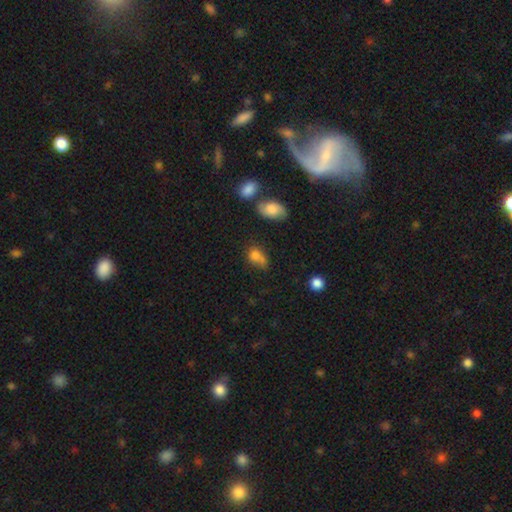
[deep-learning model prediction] Q: Smooth or featured?
A: smooth (76%); runner-up: star or artifact (12%)
Q: How rounded?
A: in between (61%); runner-up: round (37%)
Q: Merging?
A: none (36%); runner-up: merger (31%)